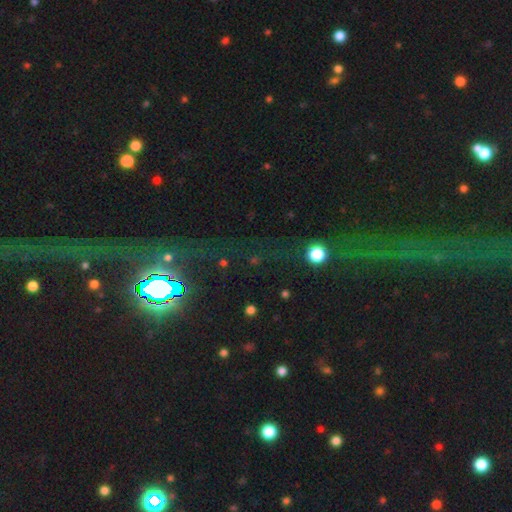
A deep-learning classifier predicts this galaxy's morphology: The model was most divided on "smooth or featured": star or artifact: 78%, smooth: 11%, featured or disk: 11%.